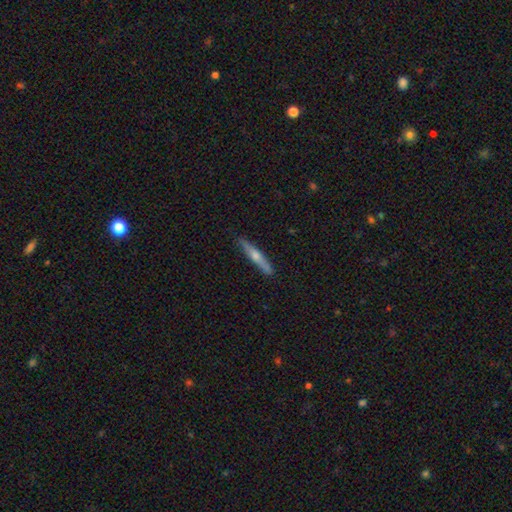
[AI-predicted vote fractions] This is possibly a featured or disk galaxy (58%). It is clearly viewed edge-on (96%). Edge-on bulge: clearly rounded (86%). Merging: clearly none (89%).